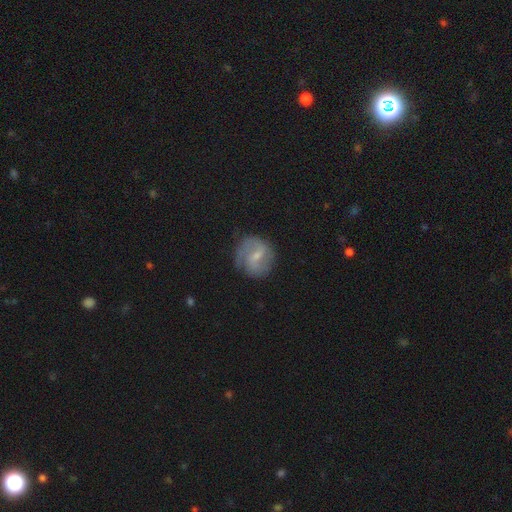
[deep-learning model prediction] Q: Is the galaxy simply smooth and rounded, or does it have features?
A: featured or disk — 63%.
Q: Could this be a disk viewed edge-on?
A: no — 97%.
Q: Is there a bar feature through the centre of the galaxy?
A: weak — 58%.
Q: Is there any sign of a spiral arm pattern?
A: yes — 84%.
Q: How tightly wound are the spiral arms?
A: medium — 44%.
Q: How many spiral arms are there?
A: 2 — 69%.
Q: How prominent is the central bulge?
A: small — 58%.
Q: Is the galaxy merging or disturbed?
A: none — 67%.